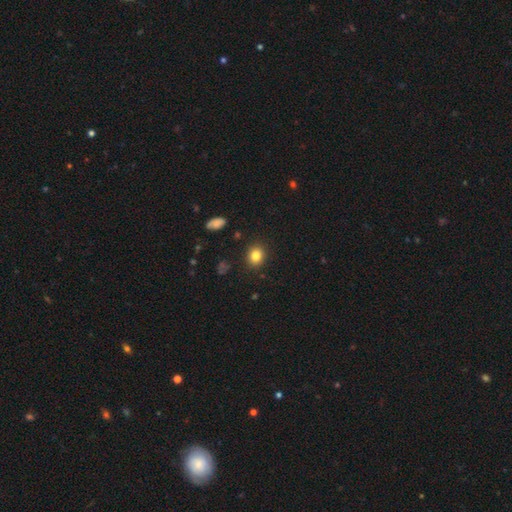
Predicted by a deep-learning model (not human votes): Smooth or featured: smooth — 83% (star or artifact — 11%)
How rounded: round — 68% (in between — 31%)
Merging: none — 90% (minor disturbance — 7%)